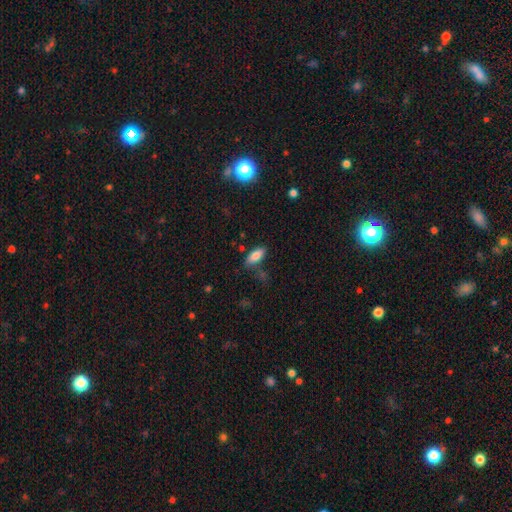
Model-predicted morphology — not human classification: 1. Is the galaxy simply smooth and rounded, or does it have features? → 83% smooth, 9% featured or disk, 8% star or artifact.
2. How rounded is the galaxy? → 85% in between, 13% cigar-shaped, 2% round.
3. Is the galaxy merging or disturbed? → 75% none, 16% minor disturbance, 5% merger, 4% major disturbance.